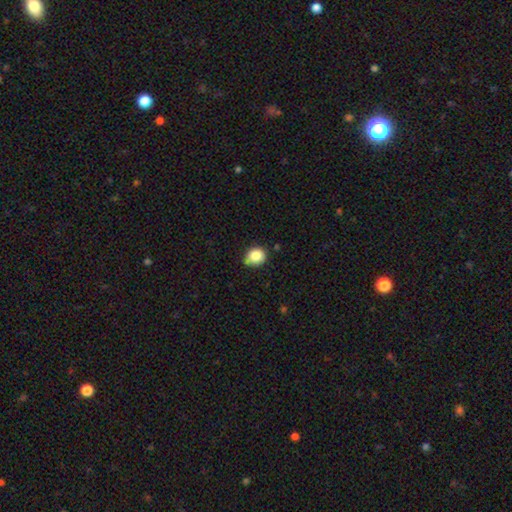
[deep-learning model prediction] The model was most divided on "merging": none: 70%, minor disturbance: 22%, merger: 4%, major disturbance: 4%. More confident: smooth or featured — smooth (83%); how rounded — round (79%).